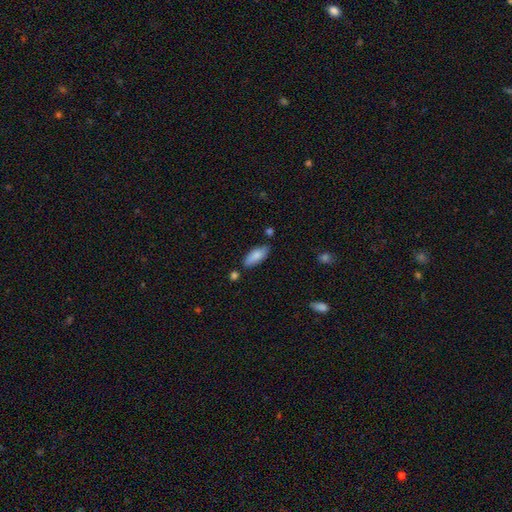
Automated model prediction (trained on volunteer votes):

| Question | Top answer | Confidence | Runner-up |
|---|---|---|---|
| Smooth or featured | smooth | 83% | featured or disk (11%) |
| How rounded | in between | 80% | cigar-shaped (18%) |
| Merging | none | 77% | minor disturbance (15%) |